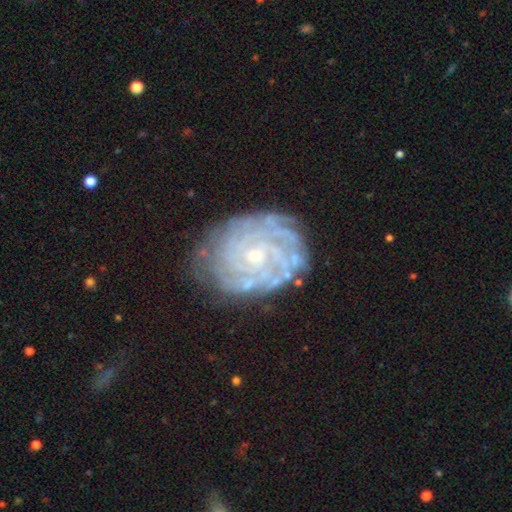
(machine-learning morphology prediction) Smooth or featured?
  - featured or disk: 85% *
  - smooth: 9%
  - star or artifact: 7%
Edge-on disk?
  - no: 97% *
  - yes: 3%
Bar?
  - no: 75% *
  - weak: 20%
  - strong: 4%
Spiral arms?
  - yes: 93% *
  - no: 7%
Spiral winding?
  - tight: 79% *
  - medium: 17%
  - loose: 4%
Spiral arm count?
  - can't tell: 41% *
  - 4: 17%
  - more than 4: 15%
  - 3: 11%
  - 2: 9%
  - 1: 6%
Bulge size?
  - small: 67% *
  - moderate: 29%
  - none: 2%
  - large: 1%
  - dominant: 1%
Merging?
  - none: 75% *
  - minor disturbance: 17%
  - major disturbance: 6%
  - merger: 2%